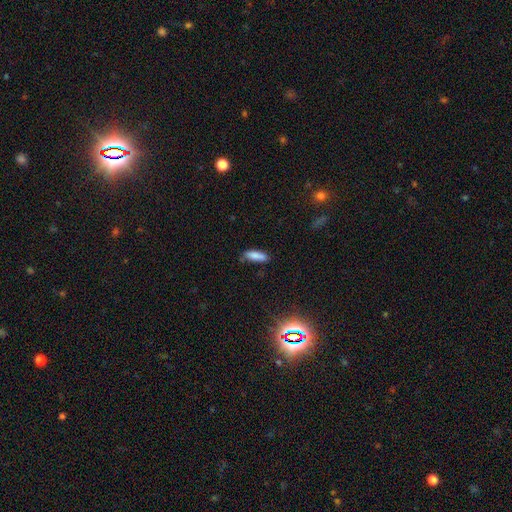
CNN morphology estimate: This is clearly a smooth galaxy (83%). How rounded: possibly cigar-shaped (51%). Merging: likely none (71%).